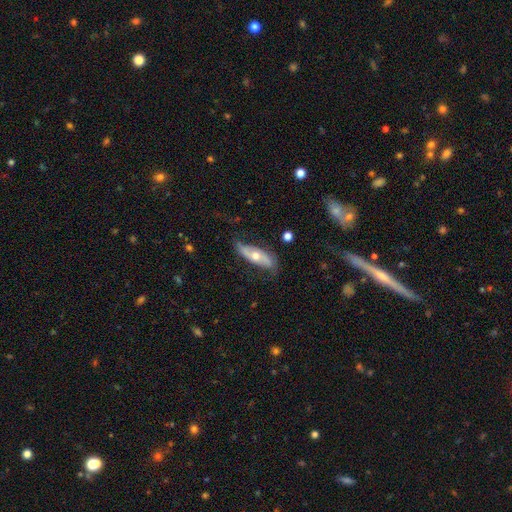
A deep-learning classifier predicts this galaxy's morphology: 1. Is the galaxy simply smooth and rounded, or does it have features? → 59% featured or disk, 35% smooth, 6% star or artifact.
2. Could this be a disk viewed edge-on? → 72% no, 28% yes.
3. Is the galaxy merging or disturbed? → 68% none, 23% minor disturbance, 8% major disturbance, 2% merger.